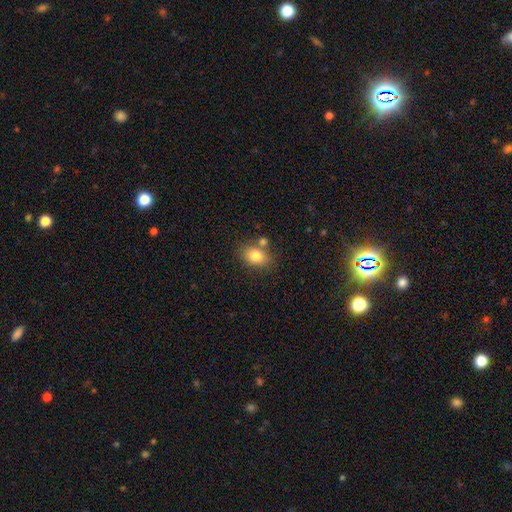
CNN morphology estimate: smooth 81%, featured or disk 10%, star or artifact 9%. Down the decision tree: how rounded — in between (75%); merging — none (67%).